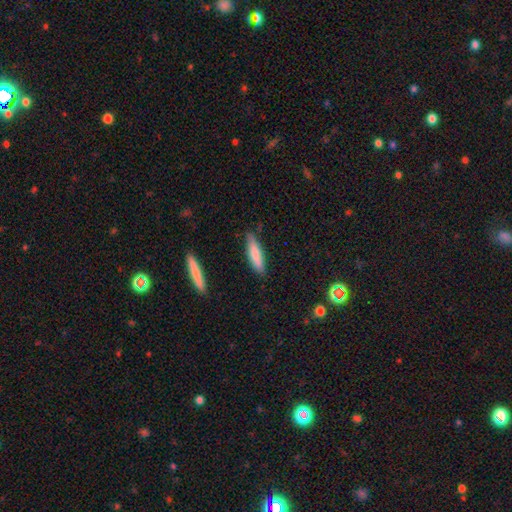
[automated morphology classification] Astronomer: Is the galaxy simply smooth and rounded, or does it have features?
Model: smooth — 79%.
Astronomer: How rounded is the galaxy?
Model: cigar-shaped — 72%.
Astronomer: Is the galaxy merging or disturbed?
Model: none — 80%.